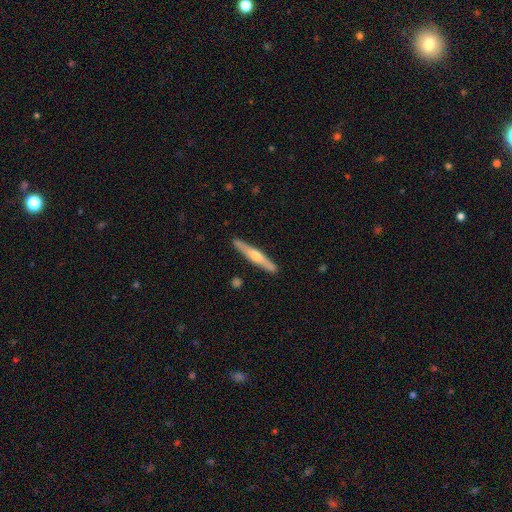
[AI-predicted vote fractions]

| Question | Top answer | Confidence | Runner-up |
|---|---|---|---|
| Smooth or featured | featured or disk | 59% | smooth (36%) |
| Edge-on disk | yes | 95% | no (5%) |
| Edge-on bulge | rounded | 86% | none (10%) |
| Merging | none | 90% | minor disturbance (7%) |